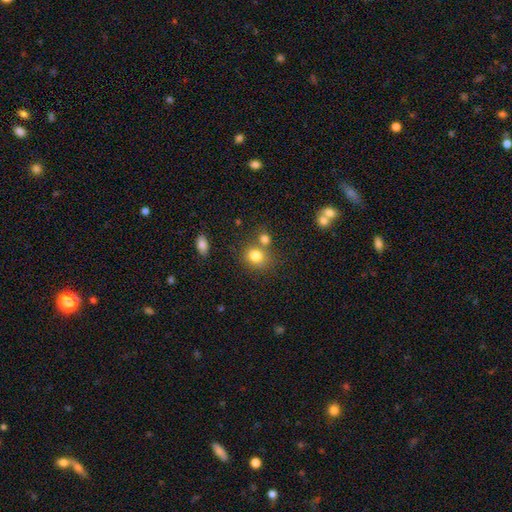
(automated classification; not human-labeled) smooth 80%, star or artifact 12%, featured or disk 8%. Down the decision tree: how rounded — round (68%); merging — none (58%).